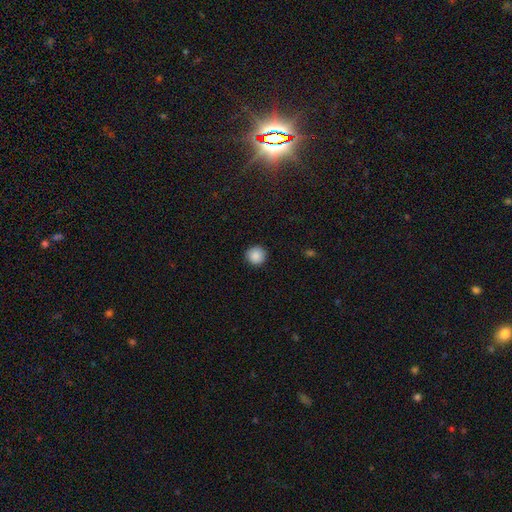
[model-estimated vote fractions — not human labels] smooth-or-featured: smooth: 88% | star or artifact: 9% | featured or disk: 3%
  how-rounded: round: 95% | in between: 4% | cigar-shaped: 1%
  merging: none: 92% | minor disturbance: 5% | major disturbance: 2% | merger: 1%